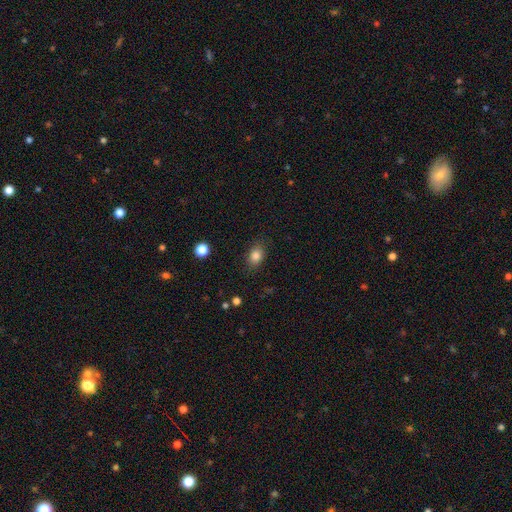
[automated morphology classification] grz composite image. It shows a smooth galaxy with no disk features (83%) that is in between round and cigar-shaped (72%). Merging: none (83%).